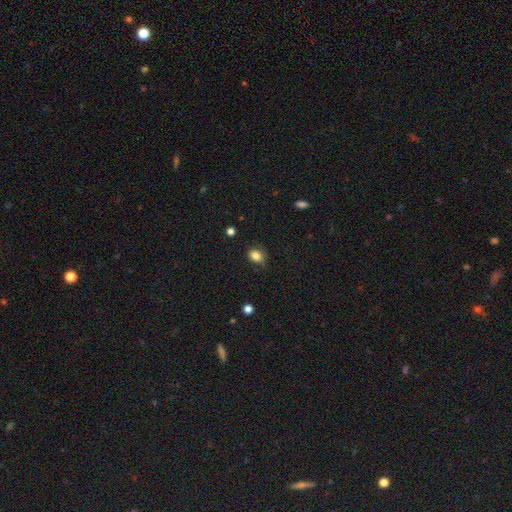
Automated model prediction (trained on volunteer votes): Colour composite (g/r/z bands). It shows a smooth galaxy with no disk features (84%) that is in between round and cigar-shaped (50%). Merging: none (76%).